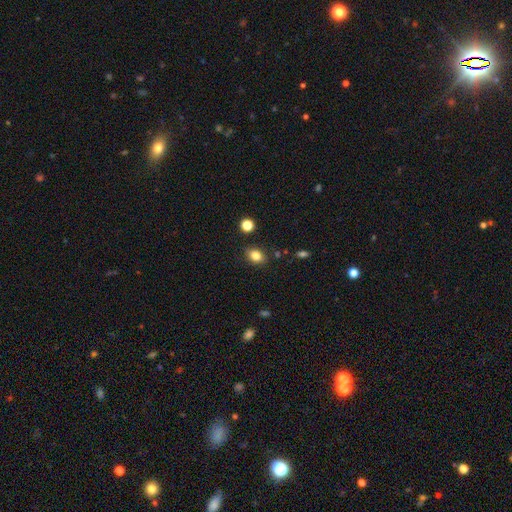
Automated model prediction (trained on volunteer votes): smooth 82%, star or artifact 11%, featured or disk 7%. Down the decision tree: how rounded — in between (63%); merging — none (83%).